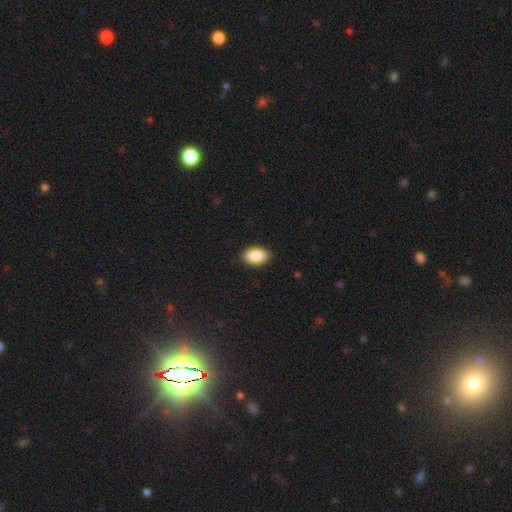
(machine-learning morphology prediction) smooth_or_featured: smooth (p=0.89) [alt: star or artifact p=0.07]
how_rounded: in between (p=0.93) [alt: round p=0.06]
merging: none (p=0.87) [alt: minor disturbance p=0.10]